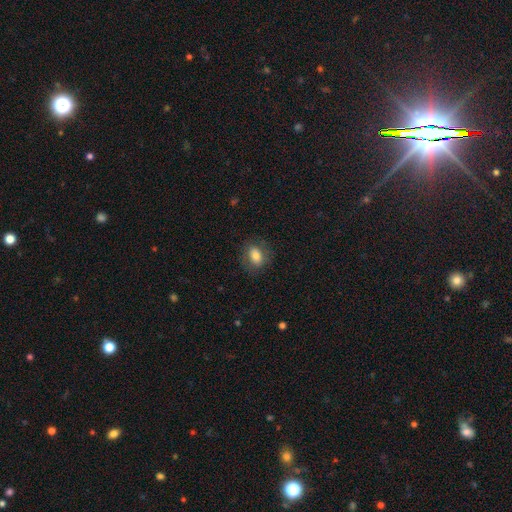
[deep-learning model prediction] Smooth or featured: smooth — 75% (featured or disk — 16%)
How rounded: in between — 70% (round — 28%)
Merging: none — 77% (minor disturbance — 15%)